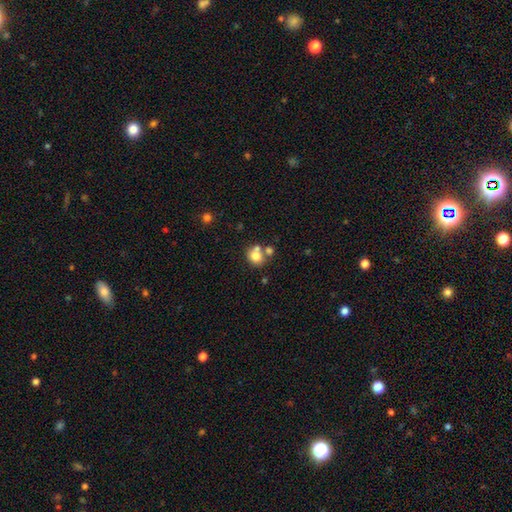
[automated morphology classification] Smooth or featured? smooth (76%)
How rounded? round (73%)
Merging? none (50%)